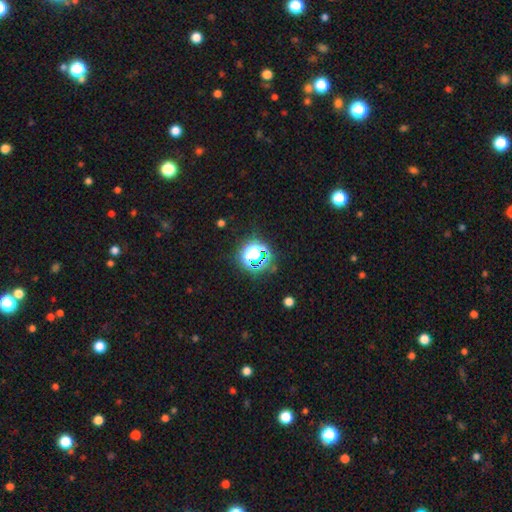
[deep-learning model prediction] This appears to be a star or artifact, not a galaxy (62%).